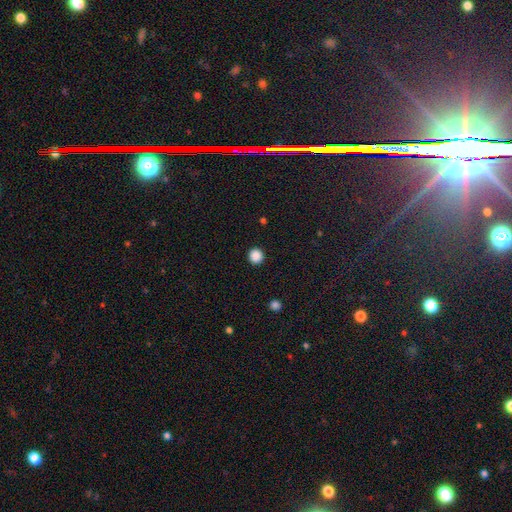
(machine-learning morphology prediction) The model was most divided on "smooth or featured": smooth: 88%, star or artifact: 10%, featured or disk: 2%. More confident: how rounded — round (95%); merging — none (93%).